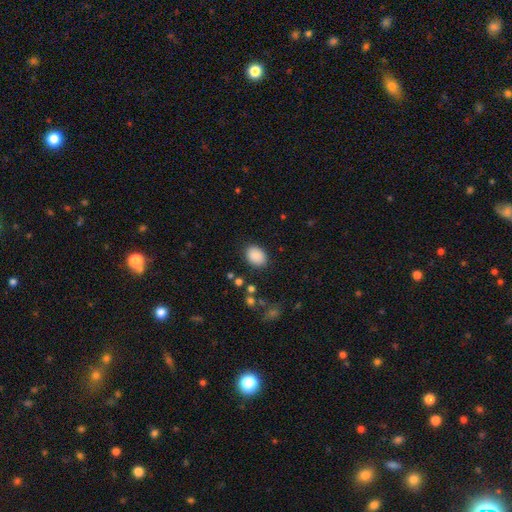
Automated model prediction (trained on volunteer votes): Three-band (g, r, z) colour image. It shows a smooth galaxy with no disk features (89%) that is in between round and cigar-shaped (71%). Merging: none (87%).